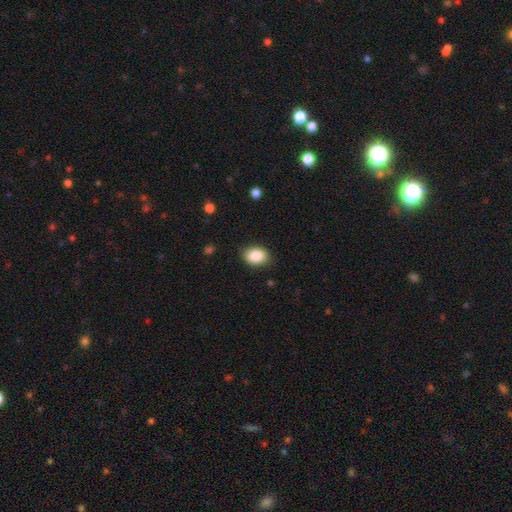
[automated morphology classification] Smooth or featured? smooth (87%)
How rounded? in between (73%)
Merging? none (85%)